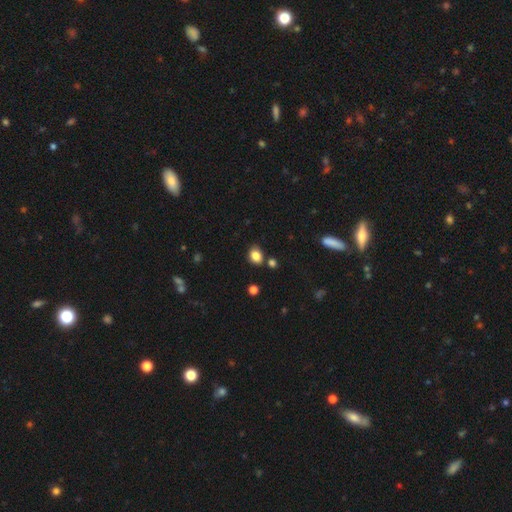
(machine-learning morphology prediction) A smooth galaxy with no disk features (84%) that is in between round and cigar-shaped (52%).

Vote fractions:
- Smooth or featured? smooth: 84% / star or artifact: 11% / featured or disk: 6%
- How rounded? in between: 52% / round: 47% / cigar-shaped: 1%
- Merging? none: 76% / minor disturbance: 13% / merger: 8% / major disturbance: 3%